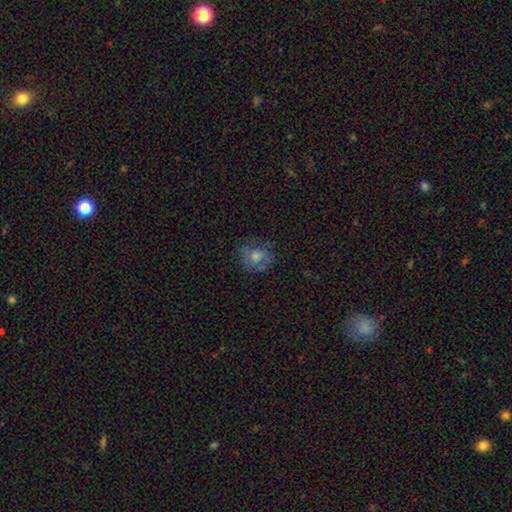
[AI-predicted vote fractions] Smooth or featured? smooth (53%)
How rounded? round (73%)
Merging? none (71%)